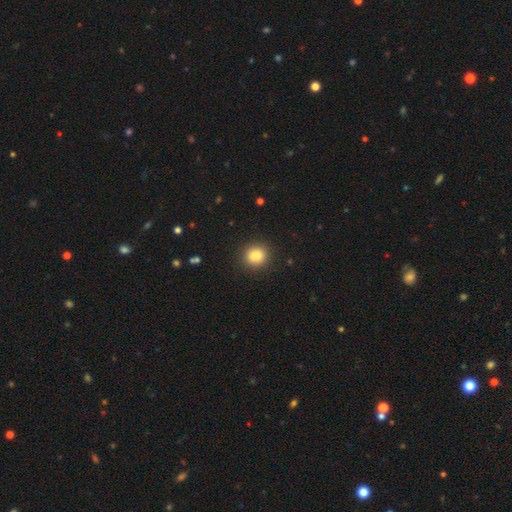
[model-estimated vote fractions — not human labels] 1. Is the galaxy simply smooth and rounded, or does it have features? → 85% smooth, 10% star or artifact, 5% featured or disk.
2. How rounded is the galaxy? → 86% round, 14% in between, 1% cigar-shaped.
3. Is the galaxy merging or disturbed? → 91% none, 6% minor disturbance, 2% major disturbance, 1% merger.